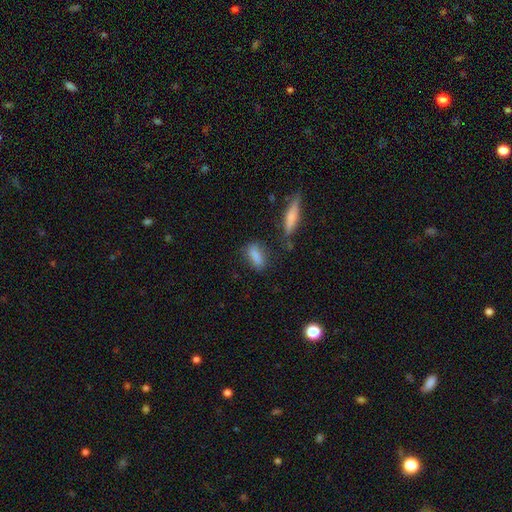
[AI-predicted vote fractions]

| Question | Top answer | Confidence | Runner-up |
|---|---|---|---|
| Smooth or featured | smooth | 83% | featured or disk (9%) |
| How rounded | in between | 65% | cigar-shaped (31%) |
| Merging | none | 68% | minor disturbance (19%) |